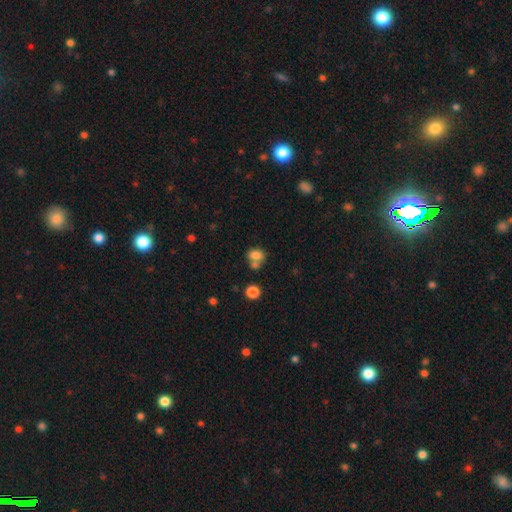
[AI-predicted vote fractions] smooth 78%, star or artifact 12%, featured or disk 10%. Down the decision tree: how rounded — in between (64%); merging — none (42%).